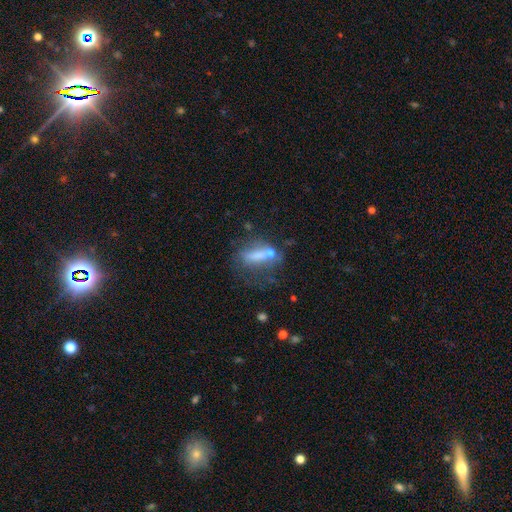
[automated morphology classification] smooth 53%, featured or disk 34%, star or artifact 13%. Down the decision tree: how rounded — in between (59%); merging — none (32%).